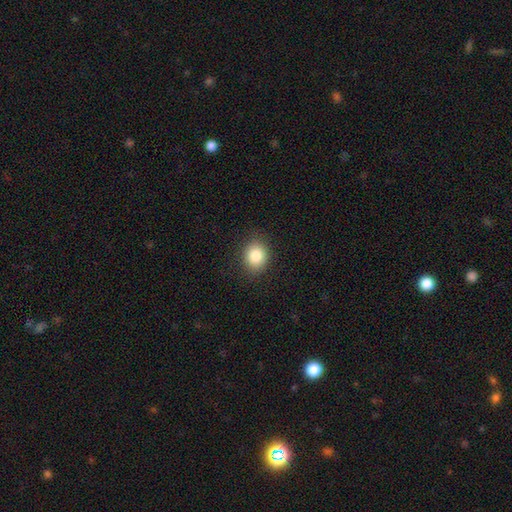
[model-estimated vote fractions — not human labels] Overall: smooth (85%). How rounded: round (63%; in between 36%). Merging: none (87%).